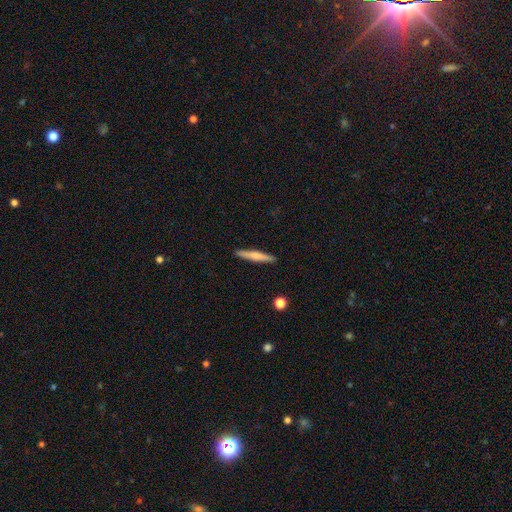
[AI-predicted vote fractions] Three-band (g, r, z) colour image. It shows a smooth galaxy with no disk features (56%) that is cigar-shaped (94%). Merging: none (92%).